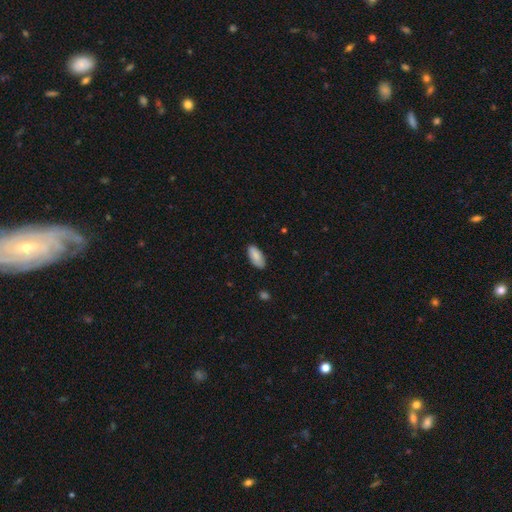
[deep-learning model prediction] Smooth or featured? smooth (85%)
How rounded? in between (89%)
Merging? none (84%)